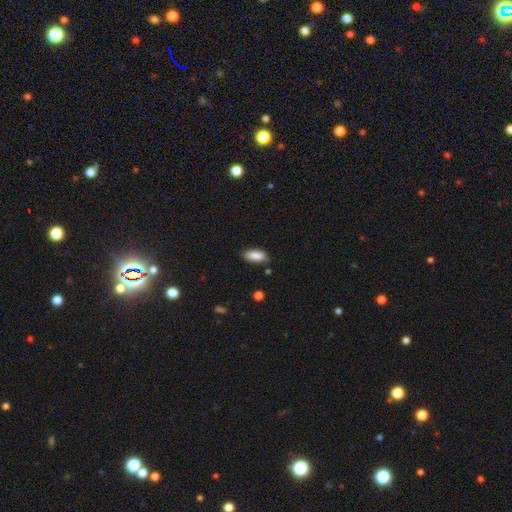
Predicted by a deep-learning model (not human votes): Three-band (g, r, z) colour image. It shows a smooth galaxy with no disk features (87%) that is in between round and cigar-shaped (80%). Merging: none (81%).